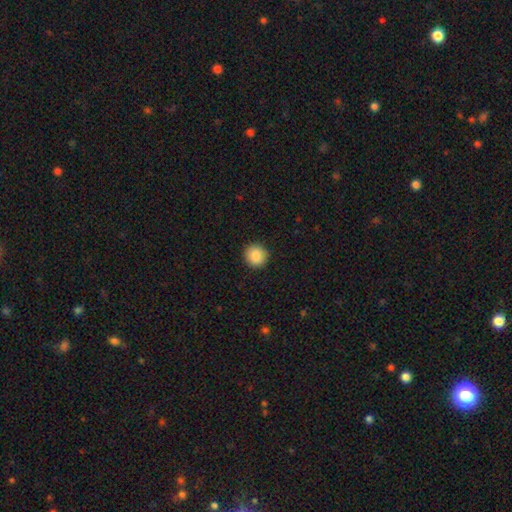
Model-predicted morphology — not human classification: Smooth or featured? smooth (87%)
How rounded? round (94%)
Merging? none (92%)